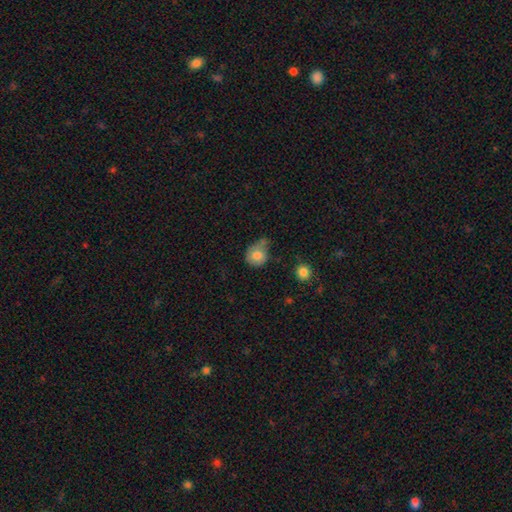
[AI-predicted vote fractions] Q: Smooth or featured?
A: smooth (78%); runner-up: featured or disk (13%)
Q: How rounded?
A: round (71%); runner-up: in between (28%)
Q: Merging?
A: none (39%); runner-up: minor disturbance (35%)